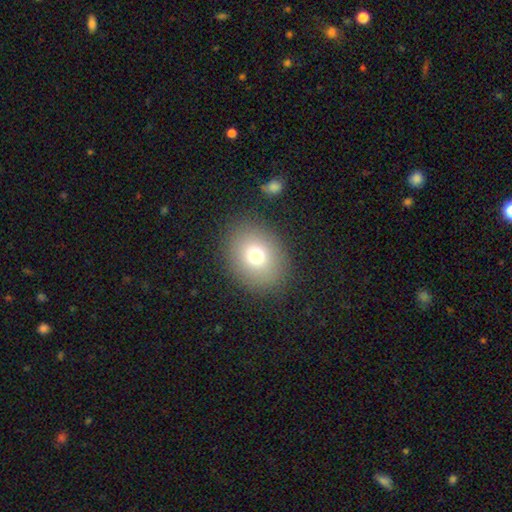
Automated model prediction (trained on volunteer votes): Smooth or featured? smooth (74%)
How rounded? round (57%)
Merging? none (87%)